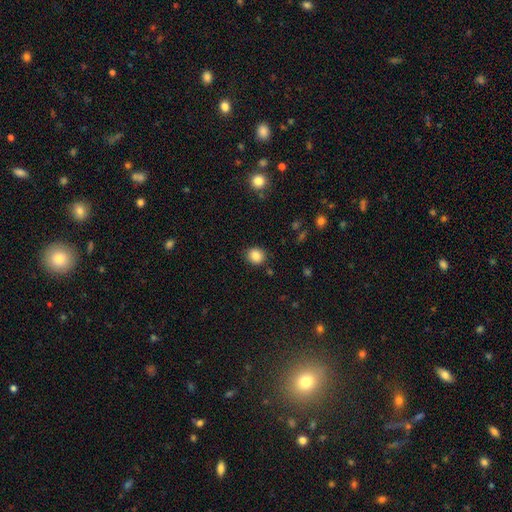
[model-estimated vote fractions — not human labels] Smooth or featured?
  - smooth: 86% *
  - star or artifact: 10%
  - featured or disk: 4%
How rounded?
  - round: 77% *
  - in between: 22%
  - cigar-shaped: 1%
Merging?
  - none: 88% *
  - minor disturbance: 8%
  - major disturbance: 2%
  - merger: 2%